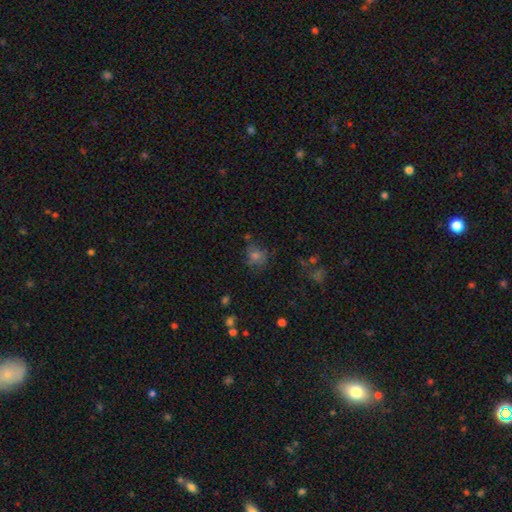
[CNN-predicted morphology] Smooth or featured? smooth (61%)
How rounded? round (77%)
Merging? none (70%)